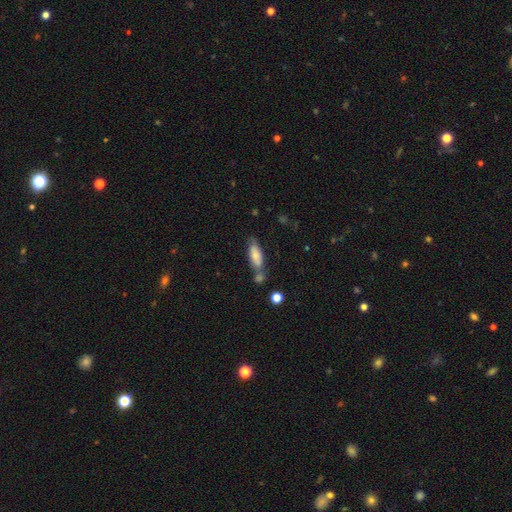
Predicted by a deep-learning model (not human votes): smooth_or_featured: smooth (p=0.71) [alt: featured or disk p=0.21]
how_rounded: in between (p=0.64) [alt: cigar-shaped p=0.34]
merging: none (p=0.50) [alt: merger p=0.26]